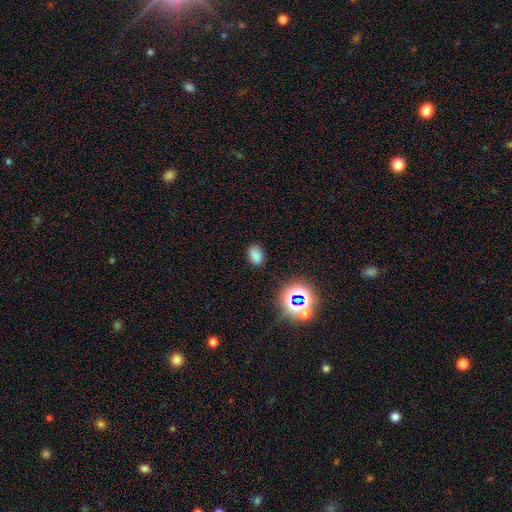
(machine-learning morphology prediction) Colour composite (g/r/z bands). It shows a smooth galaxy with no disk features (76%) that is in between round and cigar-shaped (84%). Merging: none (83%).